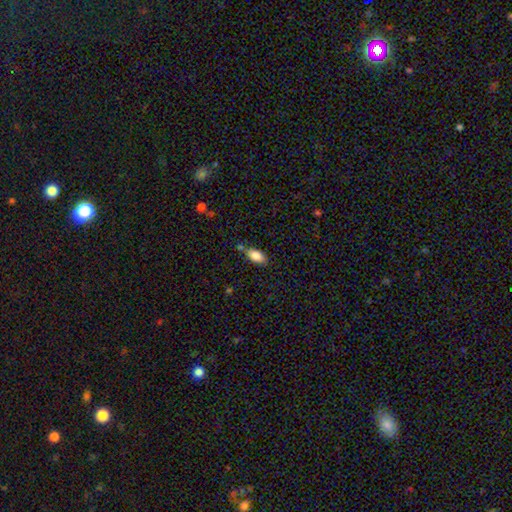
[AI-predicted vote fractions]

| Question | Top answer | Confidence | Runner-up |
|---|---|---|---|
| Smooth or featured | smooth | 85% | featured or disk (8%) |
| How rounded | in between | 91% | cigar-shaped (7%) |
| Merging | none | 71% | minor disturbance (16%) |